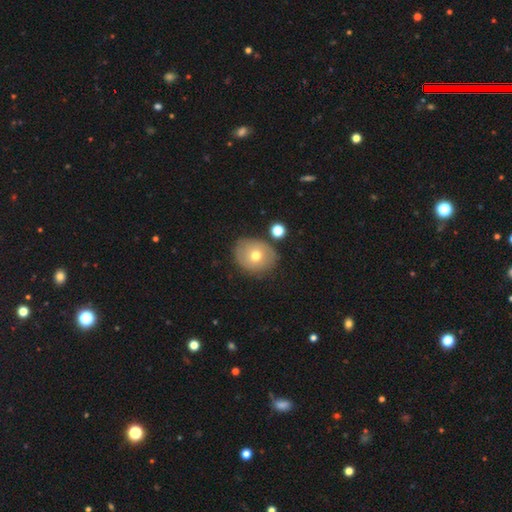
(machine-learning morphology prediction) Smooth or featured?
  - smooth: 65% *
  - featured or disk: 25%
  - star or artifact: 10%
How rounded?
  - round: 61% *
  - in between: 38%
  - cigar-shaped: 1%
Merging?
  - none: 76% *
  - minor disturbance: 15%
  - merger: 5%
  - major disturbance: 4%